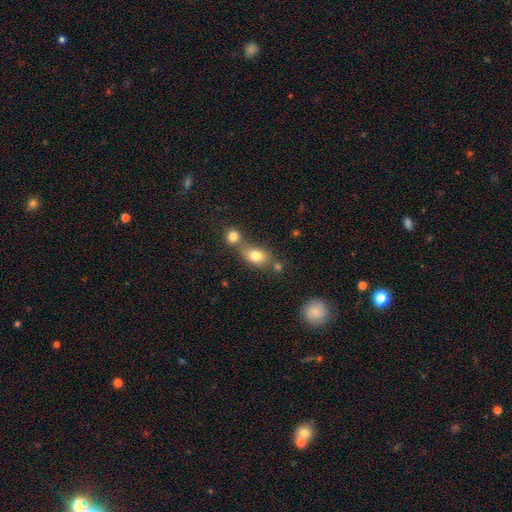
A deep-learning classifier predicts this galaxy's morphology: A smooth galaxy with no disk features (79%) that is in between round and cigar-shaped (66%).

Vote fractions:
- Smooth or featured? smooth: 79% / featured or disk: 11% / star or artifact: 11%
- How rounded? in between: 66% / round: 32% / cigar-shaped: 2%
- Merging? none: 44% / merger: 40% / minor disturbance: 11% / major disturbance: 5%